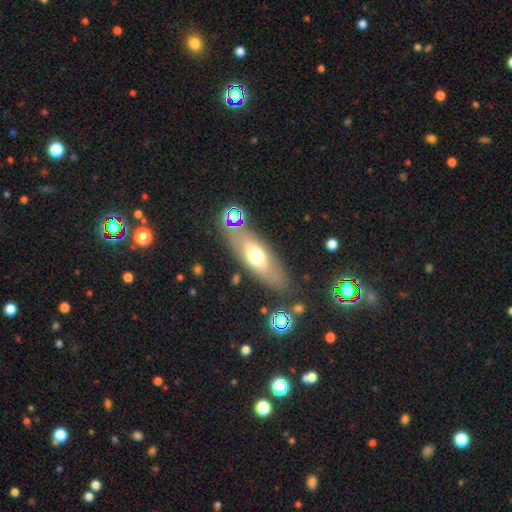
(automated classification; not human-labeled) A smooth galaxy with no disk features (59%) that is in between round and cigar-shaped (64%). Merging: none (80%).